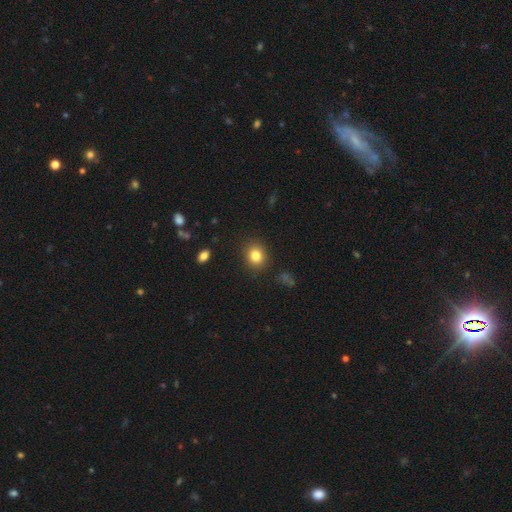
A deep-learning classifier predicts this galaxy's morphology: smooth-or-featured: smooth: 82% | star or artifact: 11% | featured or disk: 7%
  how-rounded: round: 69% | in between: 30% | cigar-shaped: 1%
  merging: none: 88% | minor disturbance: 8% | major disturbance: 3% | merger: 1%